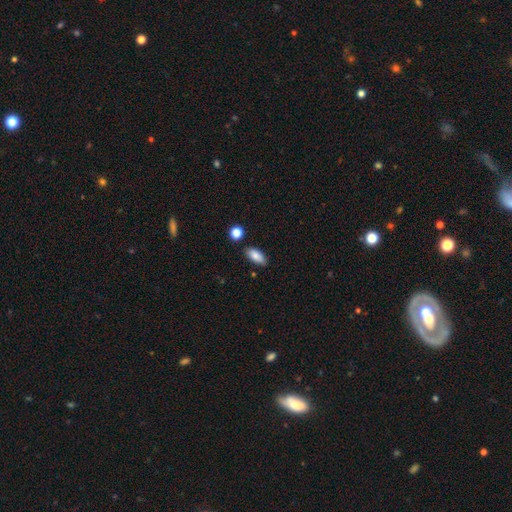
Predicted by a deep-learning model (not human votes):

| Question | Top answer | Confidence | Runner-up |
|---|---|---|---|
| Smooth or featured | smooth | 84% | featured or disk (8%) |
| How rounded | in between | 88% | cigar-shaped (9%) |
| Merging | none | 81% | minor disturbance (13%) |